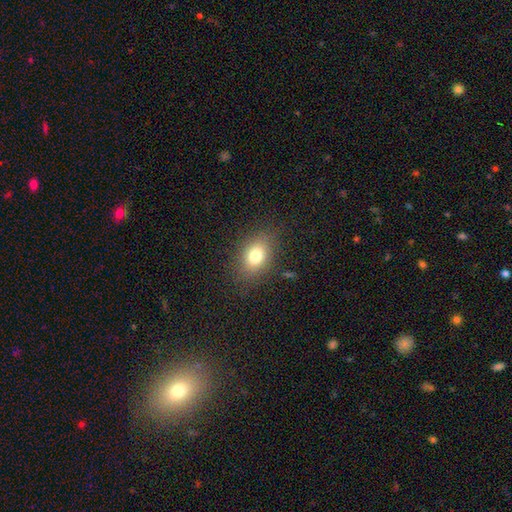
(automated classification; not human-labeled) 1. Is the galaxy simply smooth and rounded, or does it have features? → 78% smooth, 11% featured or disk, 11% star or artifact.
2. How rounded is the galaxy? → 75% in between, 23% round, 2% cigar-shaped.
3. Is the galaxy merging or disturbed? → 82% none, 12% minor disturbance, 5% major disturbance, 1% merger.